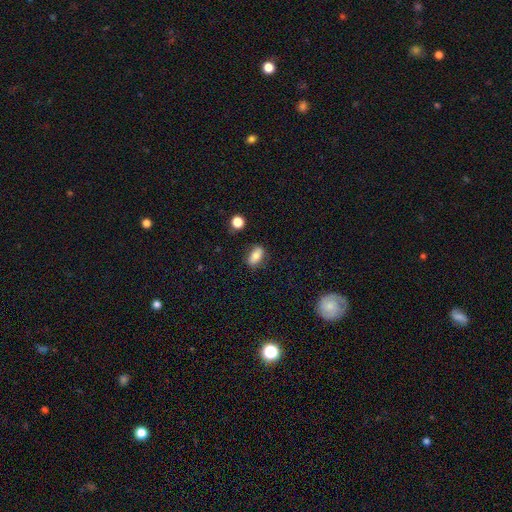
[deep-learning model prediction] A smooth galaxy with no disk features (78%) that is in between round and cigar-shaped (84%). Merging: none (80%).